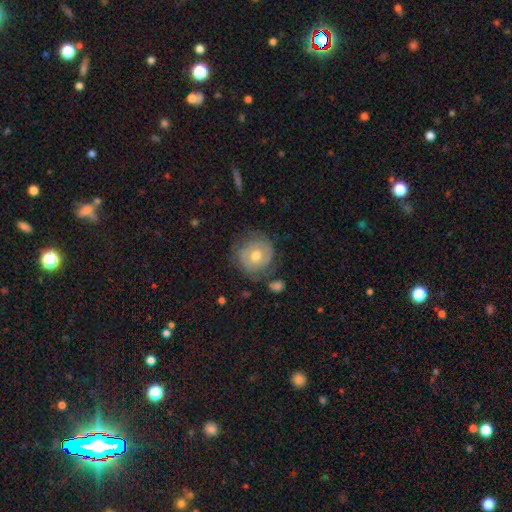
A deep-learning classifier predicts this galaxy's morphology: Overall: featured or disk (56%; smooth 36%). Edge-on disk: no (97%). Bar: no (68%). Spiral arms: yes (72%). Bulge size: moderate (77%). Merging: none (69%).